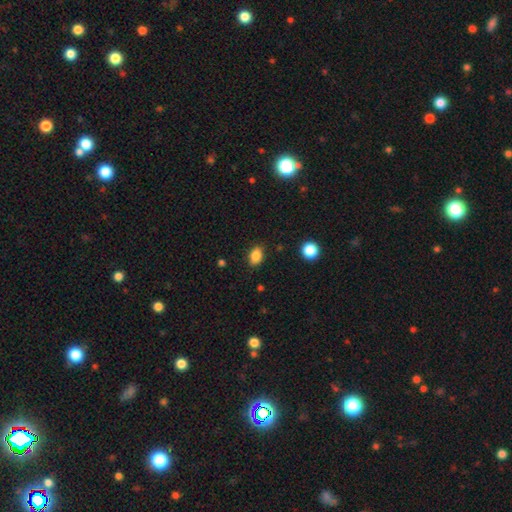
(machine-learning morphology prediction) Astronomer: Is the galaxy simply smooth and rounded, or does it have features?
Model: smooth — 86%.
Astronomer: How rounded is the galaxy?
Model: in between — 82%.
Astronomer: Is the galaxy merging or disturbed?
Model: none — 86%.